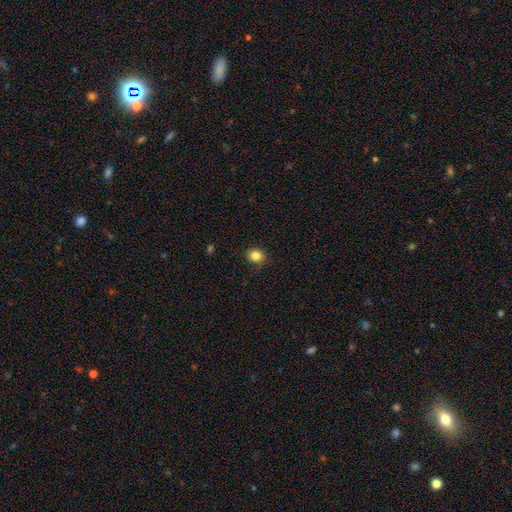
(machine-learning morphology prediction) The model was most divided on "how rounded": round: 76%, in between: 23%, cigar-shaped: 1%. More confident: merging — none (85%); smooth or featured — smooth (84%).